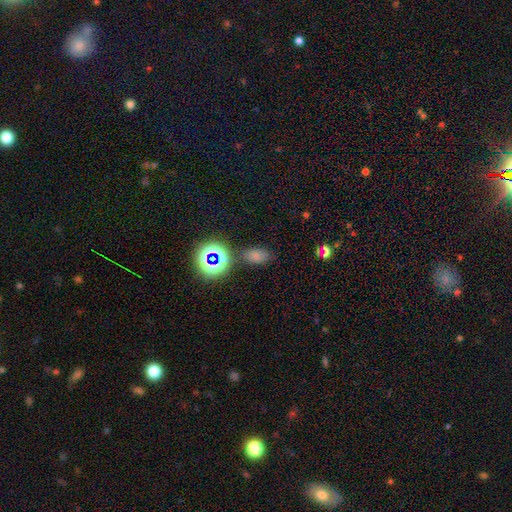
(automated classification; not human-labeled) smooth_or_featured: smooth (p=0.68) [alt: star or artifact p=0.25]
how_rounded: in between (p=0.86) [alt: round p=0.12]
merging: none (p=0.76) [alt: minor disturbance p=0.13]